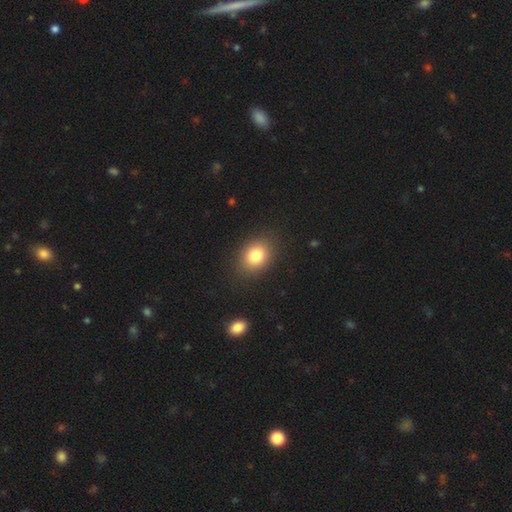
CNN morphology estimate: A smooth galaxy with no disk features (81%) that is in between round and cigar-shaped (56%). Merging: none (85%).